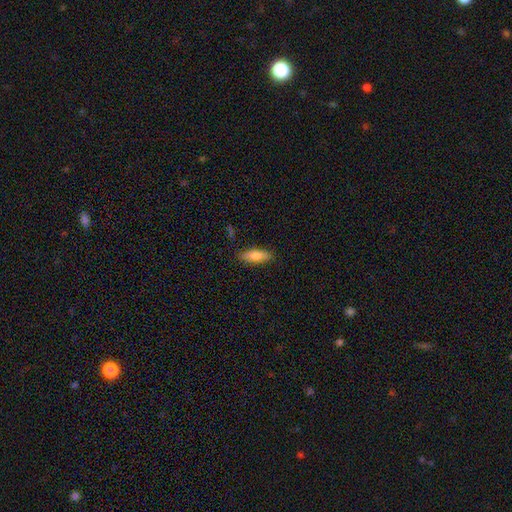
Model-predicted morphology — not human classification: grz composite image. It shows a smooth galaxy with no disk features (80%) that is in between round and cigar-shaped (63%). Merging: none (85%).